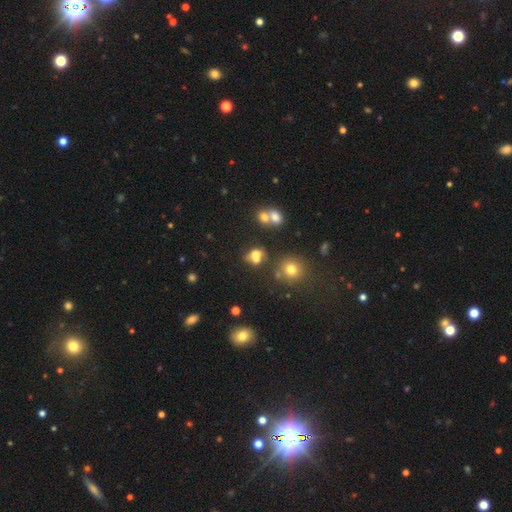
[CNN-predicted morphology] Smooth or featured? smooth (63%)
How rounded? round (50%)
Merging? none (42%)